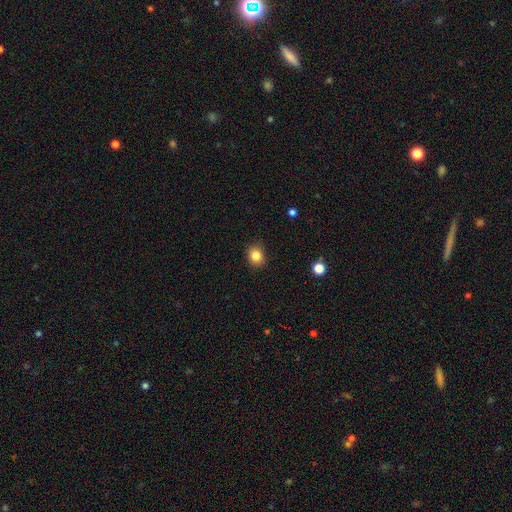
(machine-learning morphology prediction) This appears to be a smooth galaxy with no disk features (85%) that is round (69%). Merging: none (88%).